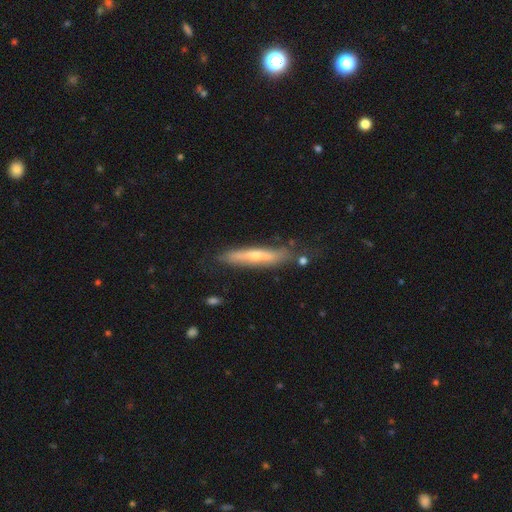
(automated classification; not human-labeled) The model was most divided on "smooth or featured": featured or disk: 54%, smooth: 40%, star or artifact: 6%. More confident: edge-on disk — yes (83%); merging — none (75%).